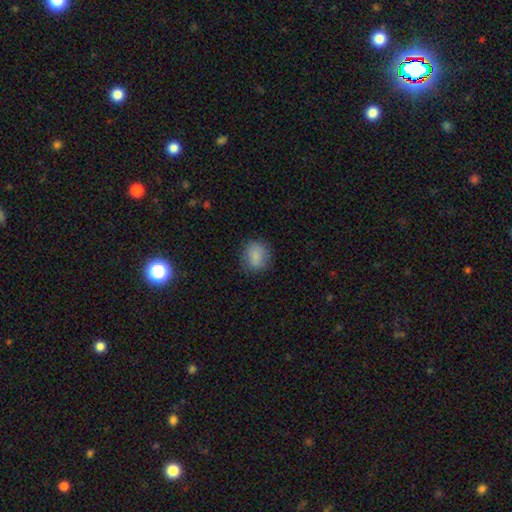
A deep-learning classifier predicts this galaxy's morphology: A smooth galaxy with no disk features (83%) that is round (71%).

Vote fractions:
- Smooth or featured? smooth: 83% / featured or disk: 9% / star or artifact: 8%
- How rounded? round: 71% / in between: 28% / cigar-shaped: 1%
- Merging? none: 79% / minor disturbance: 15% / major disturbance: 5% / merger: 1%